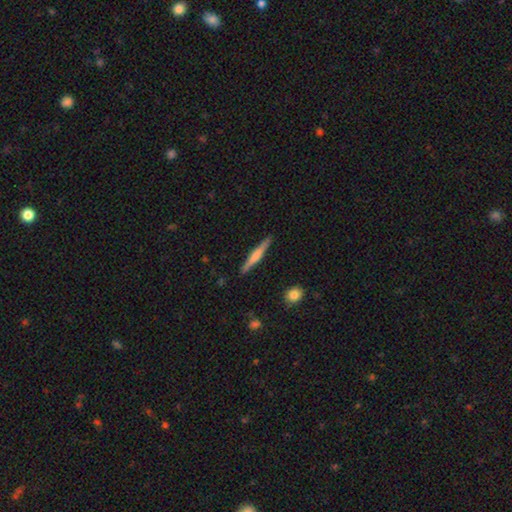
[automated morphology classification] Smooth or featured?
  - featured or disk: 60% *
  - smooth: 34%
  - star or artifact: 6%
Edge-on disk?
  - yes: 98% *
  - no: 2%
Edge-on bulge?
  - rounded: 71% *
  - boxy: 15%
  - none: 15%
Merging?
  - none: 91% *
  - minor disturbance: 7%
  - major disturbance: 1%
  - merger: 1%